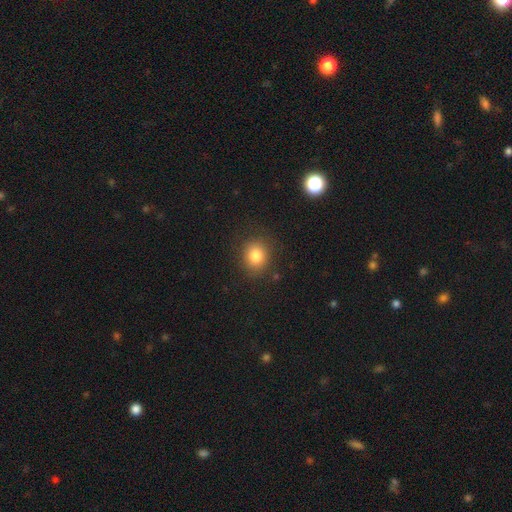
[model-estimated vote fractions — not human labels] Overall: smooth (82%). How rounded: round (74%). Merging: none (84%).